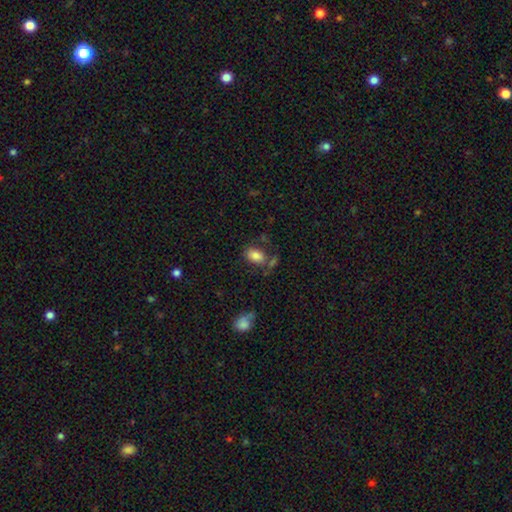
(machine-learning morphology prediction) A smooth galaxy with no disk features (82%) that is in between round and cigar-shaped (87%).

Vote fractions:
- Smooth or featured? smooth: 82% / star or artifact: 9% / featured or disk: 8%
- How rounded? in between: 87% / round: 11% / cigar-shaped: 2%
- Merging? none: 59% / minor disturbance: 17% / merger: 15% / major disturbance: 9%